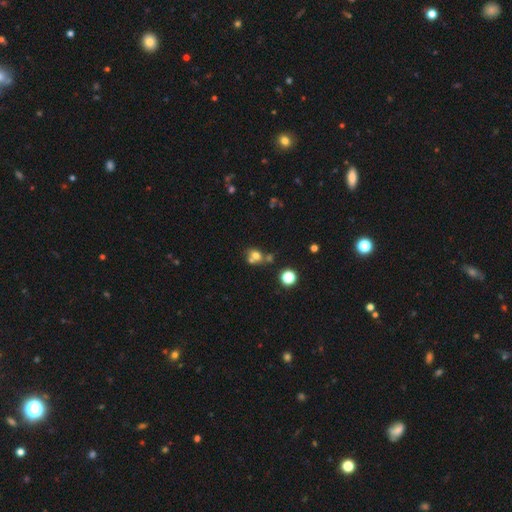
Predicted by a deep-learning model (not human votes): Smooth or featured? smooth (66%)
How rounded? round (66%)
Merging? merger (44%)